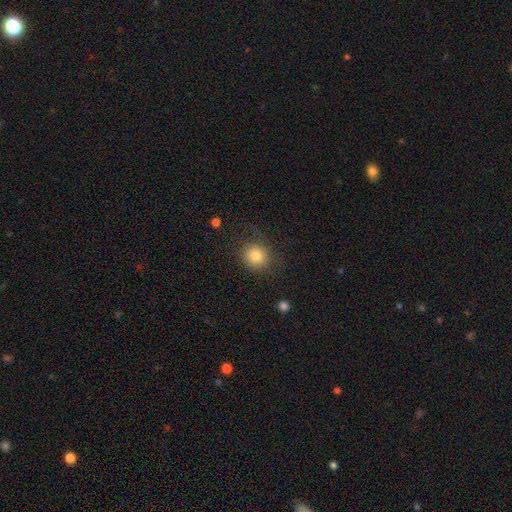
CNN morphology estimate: This is clearly a smooth galaxy (83%). How rounded: clearly round (89%). Merging: clearly none (80%).